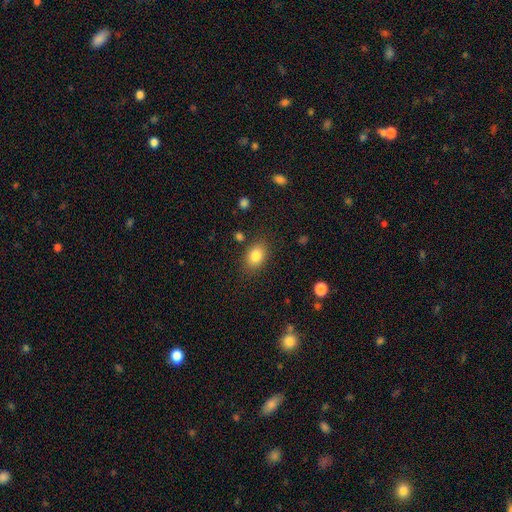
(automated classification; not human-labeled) Smooth or featured? Predicted: smooth (p=0.83). How rounded? Predicted: in between (p=0.76). Merging? Predicted: none (p=0.83).